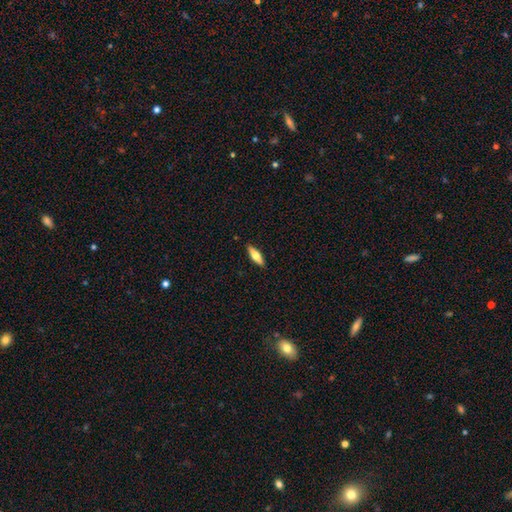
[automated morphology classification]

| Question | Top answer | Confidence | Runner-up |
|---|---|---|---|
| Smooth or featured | smooth | 60% | featured or disk (34%) |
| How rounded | cigar-shaped | 54% | in between (43%) |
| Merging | none | 90% | minor disturbance (7%) |